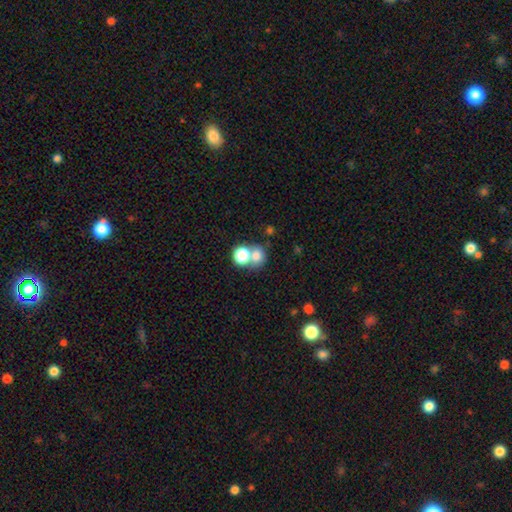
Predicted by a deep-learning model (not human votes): A smooth galaxy with no disk features (76%) that is round (77%).

Vote fractions:
- Smooth or featured? smooth: 76% / star or artifact: 14% / featured or disk: 10%
- How rounded? round: 77% / in between: 22% / cigar-shaped: 1%
- Merging? none: 45% (tied) / merger: 45% (tied) / minor disturbance: 7% / major disturbance: 4%